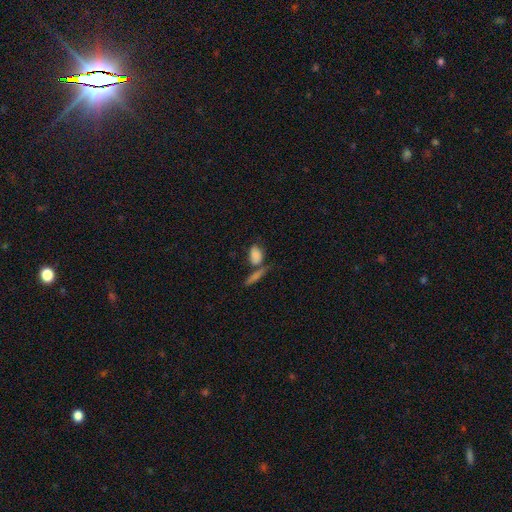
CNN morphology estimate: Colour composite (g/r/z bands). It shows a smooth galaxy with no disk features (81%) that is in between round and cigar-shaped (82%). Merging: merger (41%).